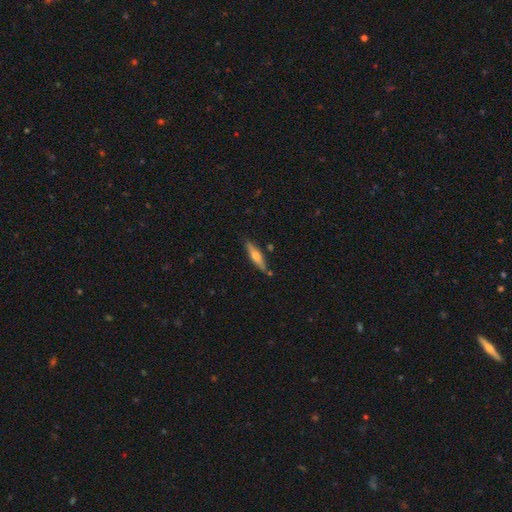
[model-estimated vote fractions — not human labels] This appears to be a featured or disk galaxy (49%). Merging: none (82%).